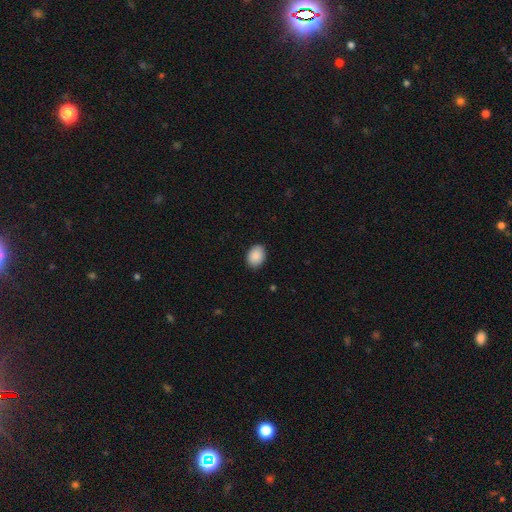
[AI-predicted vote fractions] Smooth or featured?
  - smooth: 90% *
  - star or artifact: 7%
  - featured or disk: 3%
How rounded?
  - in between: 72% *
  - round: 27%
  - cigar-shaped: 1%
Merging?
  - none: 88% *
  - minor disturbance: 9%
  - major disturbance: 2%
  - merger: 1%